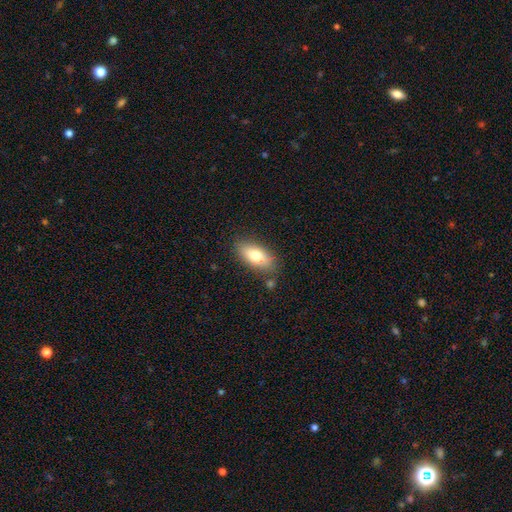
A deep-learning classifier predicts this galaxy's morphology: Smooth or featured? Predicted: smooth (p=0.76). How rounded? Predicted: in between (p=0.86). Merging? Predicted: none (p=0.77).